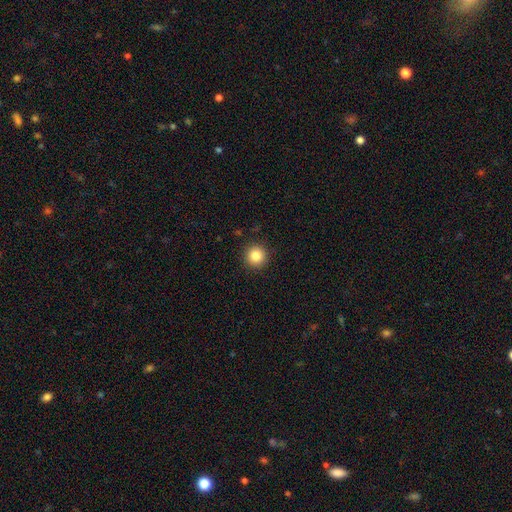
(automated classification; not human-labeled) Smooth or featured?
  - smooth: 84% *
  - star or artifact: 10%
  - featured or disk: 5%
How rounded?
  - round: 96% *
  - in between: 3%
  - cigar-shaped: 1%
Merging?
  - none: 92% *
  - minor disturbance: 5%
  - major disturbance: 2%
  - merger: 1%